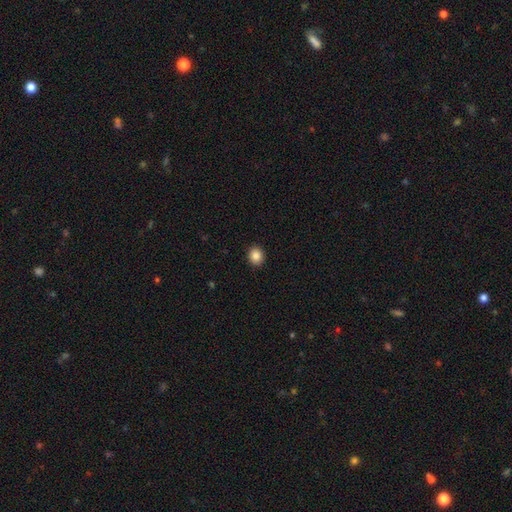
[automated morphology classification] A smooth galaxy with no disk features (86%) that is round (73%). Merging: none (92%).